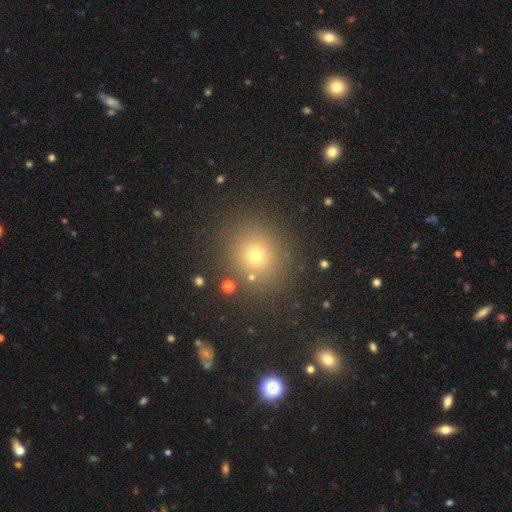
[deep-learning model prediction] This appears to be a smooth galaxy with no disk features (69%) that is round (85%). Merging: none (85%).